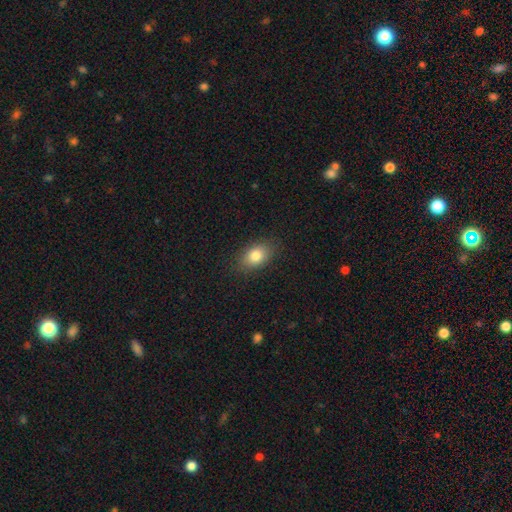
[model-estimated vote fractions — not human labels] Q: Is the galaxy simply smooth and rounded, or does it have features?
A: smooth — 82%.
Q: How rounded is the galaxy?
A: in between — 82%.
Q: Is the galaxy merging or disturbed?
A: none — 86%.